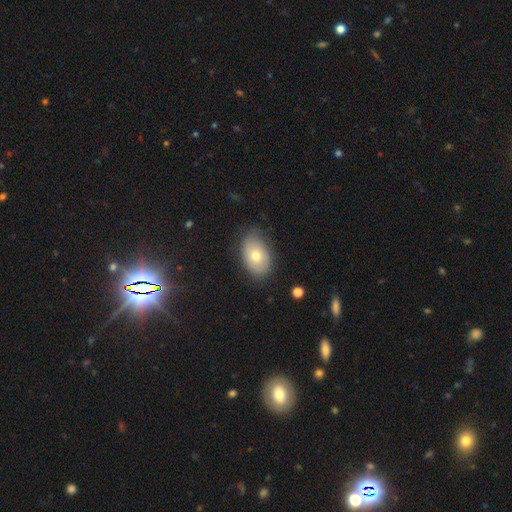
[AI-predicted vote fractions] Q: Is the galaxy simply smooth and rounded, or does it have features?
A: smooth — 70%.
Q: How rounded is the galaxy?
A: in between — 87%.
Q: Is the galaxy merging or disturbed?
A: none — 79%.